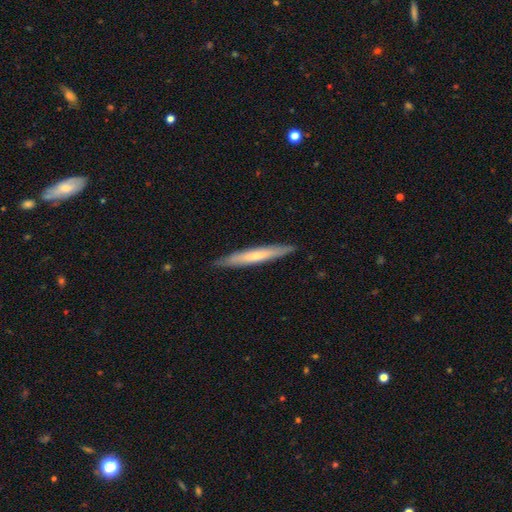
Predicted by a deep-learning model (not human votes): The model was most divided on "smooth or featured": smooth: 51%, featured or disk: 44%, star or artifact: 5%. More confident: how rounded — cigar-shaped (95%); merging — none (90%).